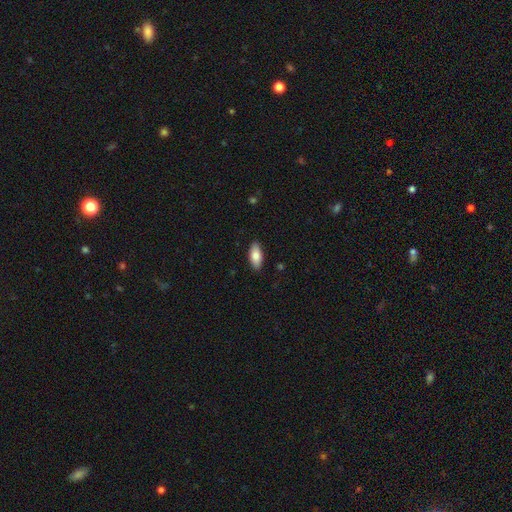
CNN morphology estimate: A smooth galaxy with no disk features (81%) that is in between round and cigar-shaped (87%). Merging: none (89%).